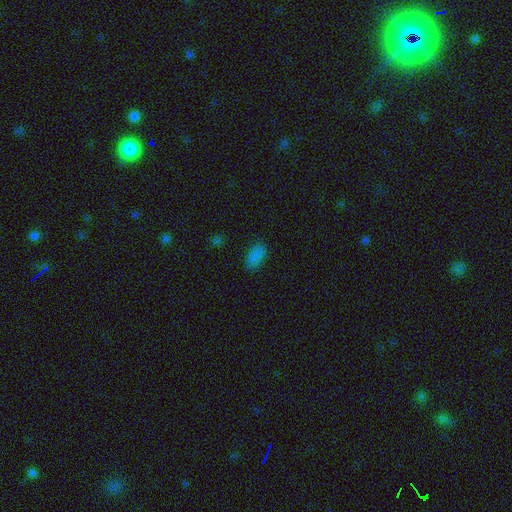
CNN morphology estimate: Smooth or featured? smooth (83%)
How rounded? in between (93%)
Merging? none (83%)